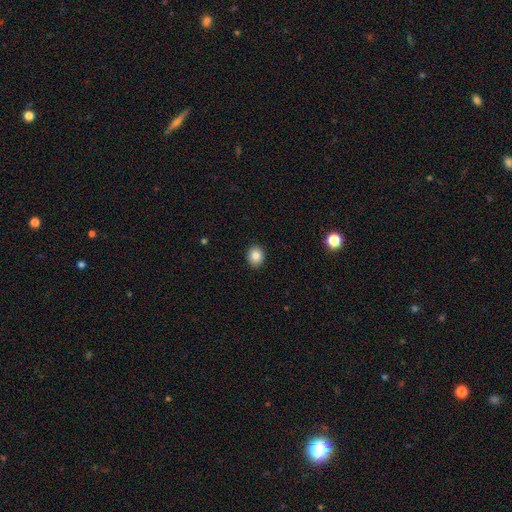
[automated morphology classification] smooth-or-featured: smooth: 85% | star or artifact: 10% | featured or disk: 5%
  how-rounded: round: 68% | in between: 31% | cigar-shaped: 1%
  merging: none: 91% | minor disturbance: 6% | major disturbance: 2% | merger: 1%